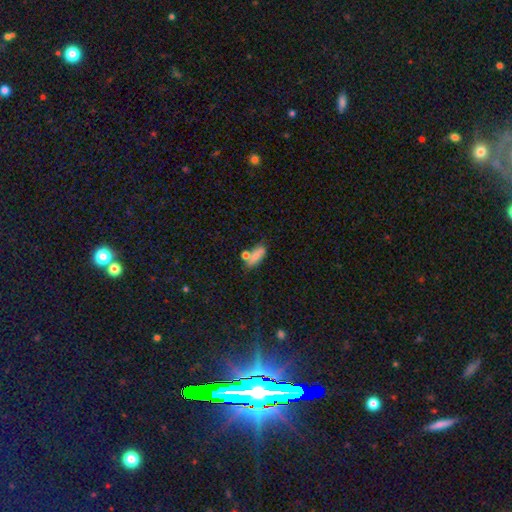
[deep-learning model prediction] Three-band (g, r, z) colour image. It shows a smooth galaxy with no disk features (74%) that is in between round and cigar-shaped (74%). Merging: none (47%).